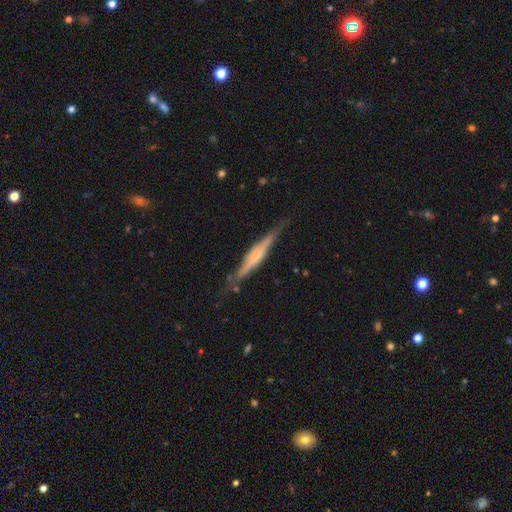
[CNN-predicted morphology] Smooth or featured: featured or disk — 69% (smooth — 25%)
Edge-on disk: yes — 96% (no — 4%)
Edge-on bulge: rounded — 68% (none — 18%)
Merging: none — 79% (minor disturbance — 15%)